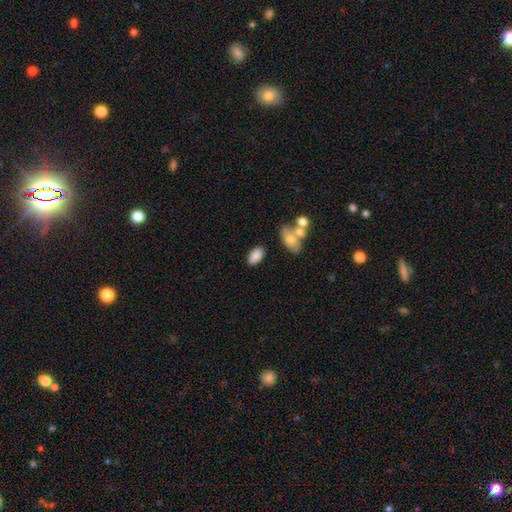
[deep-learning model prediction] Smooth or featured? smooth (86%)
How rounded? in between (93%)
Merging? none (78%)